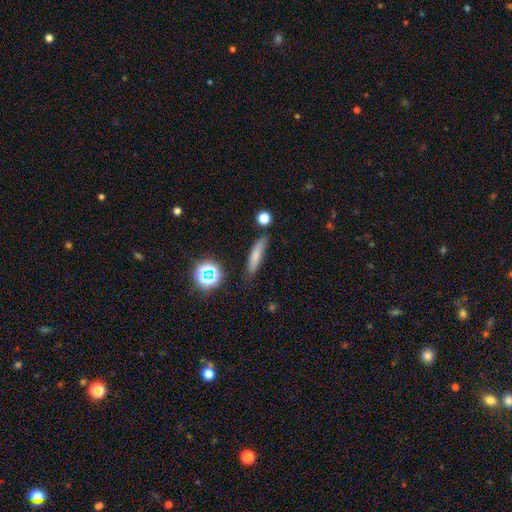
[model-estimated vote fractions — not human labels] Q: Smooth or featured?
A: smooth (69%); runner-up: featured or disk (18%)
Q: How rounded?
A: cigar-shaped (76%); runner-up: in between (19%)
Q: Merging?
A: none (77%); runner-up: minor disturbance (15%)